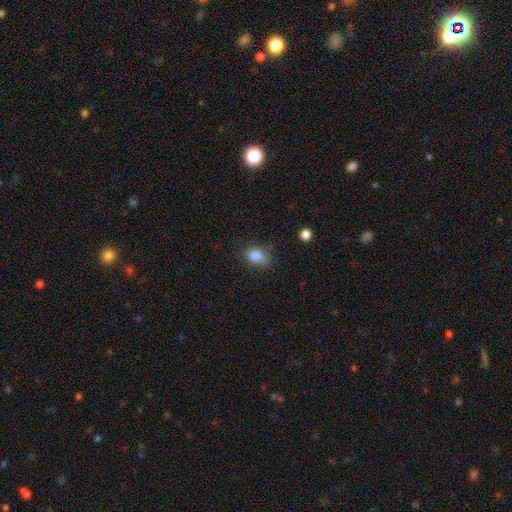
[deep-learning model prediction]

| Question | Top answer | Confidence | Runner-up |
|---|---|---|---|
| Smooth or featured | smooth | 85% | star or artifact (9%) |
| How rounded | in between | 76% | round (23%) |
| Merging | none | 64% | minor disturbance (26%) |